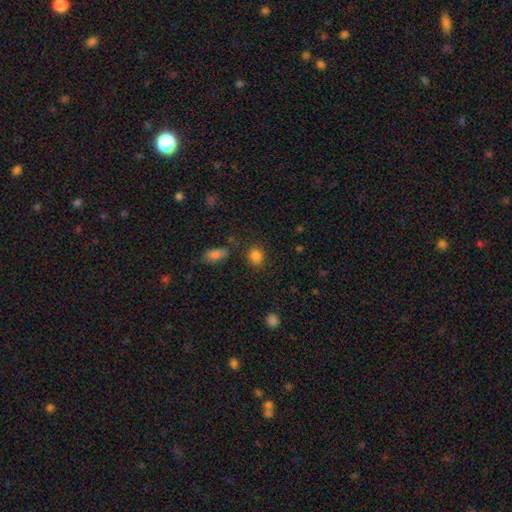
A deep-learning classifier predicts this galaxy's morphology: smooth_or_featured: smooth (p=0.85) [alt: star or artifact p=0.11]
how_rounded: round (p=0.69) [alt: in between p=0.29]
merging: none (p=0.79) [alt: minor disturbance p=0.12]